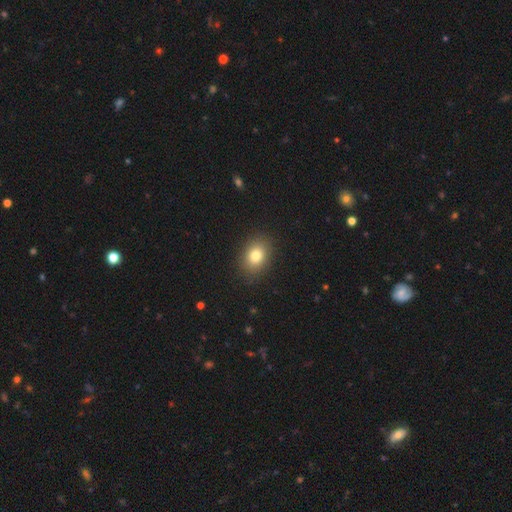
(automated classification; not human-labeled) Smooth or featured? smooth (80%)
How rounded? in between (63%)
Merging? none (88%)